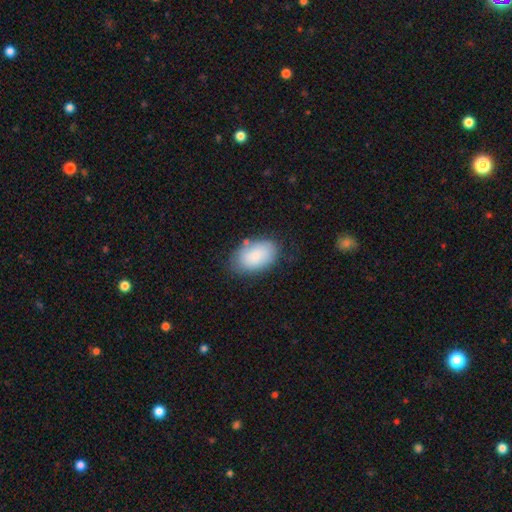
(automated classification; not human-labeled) Overall: smooth (84%). How rounded: in between (92%). Merging: none (74%).